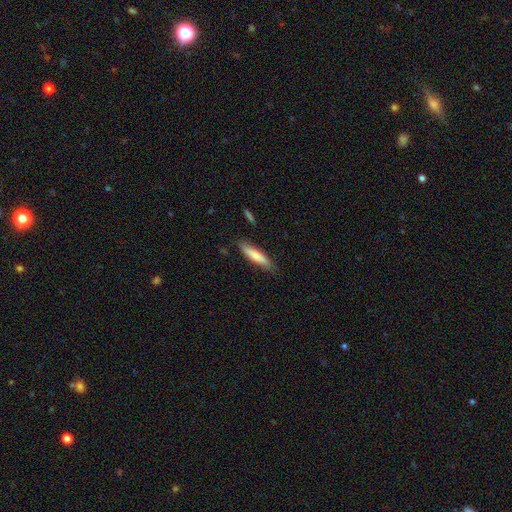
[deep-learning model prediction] Smooth or featured? smooth (79%)
How rounded? cigar-shaped (80%)
Merging? none (82%)